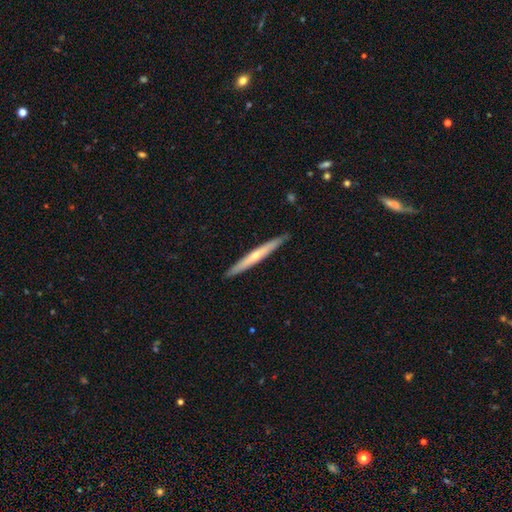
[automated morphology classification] Smooth or featured?
  - featured or disk: 59% *
  - smooth: 35%
  - star or artifact: 6%
Edge-on disk?
  - yes: 95% *
  - no: 5%
Edge-on bulge?
  - rounded: 65% *
  - none: 32%
  - boxy: 2%
Merging?
  - none: 90% *
  - minor disturbance: 7%
  - major disturbance: 1%
  - merger: 1%